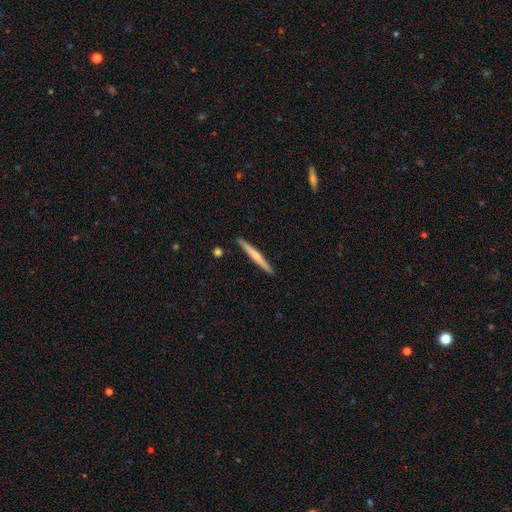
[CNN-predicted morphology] A smooth galaxy with no disk features (52%) that is cigar-shaped (97%).

Vote fractions:
- Smooth or featured? smooth: 52% / featured or disk: 43% / star or artifact: 5%
- How rounded? cigar-shaped: 97% / in between: 2% / round: 1%
- Merging? none: 91% / minor disturbance: 6% / merger: 1% / major disturbance: 1%